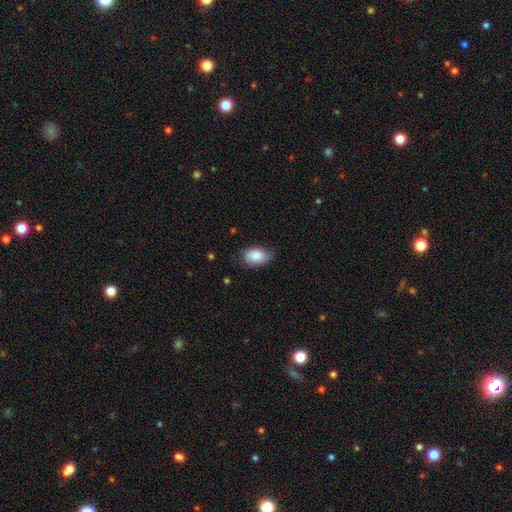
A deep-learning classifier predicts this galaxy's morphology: type=smooth (84%); roundness=in between (87%); merging=none (63%).